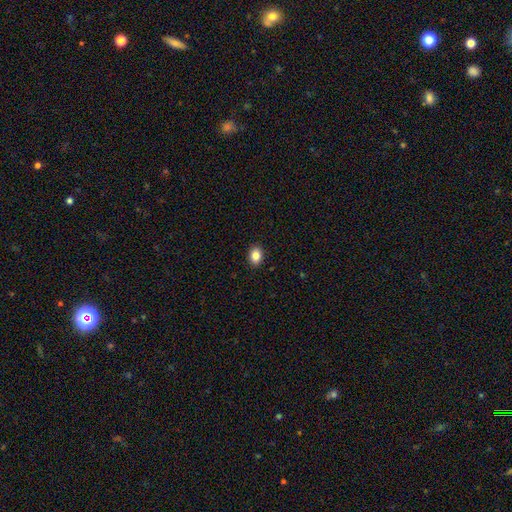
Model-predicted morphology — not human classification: Overall: smooth (86%). How rounded: in between (71%). Merging: none (91%).